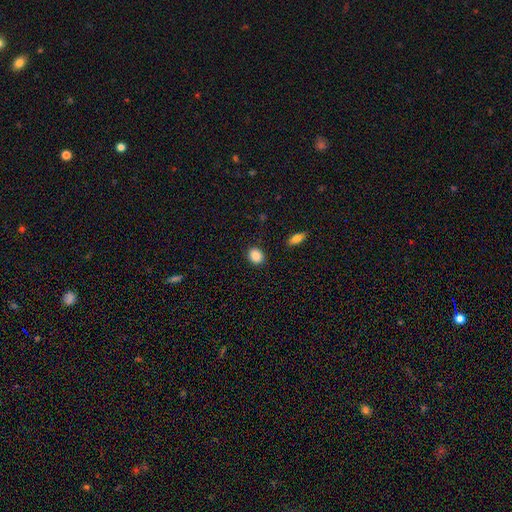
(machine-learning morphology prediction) Overall: smooth (87%). How rounded: round (63%; in between 35%). Merging: none (89%).